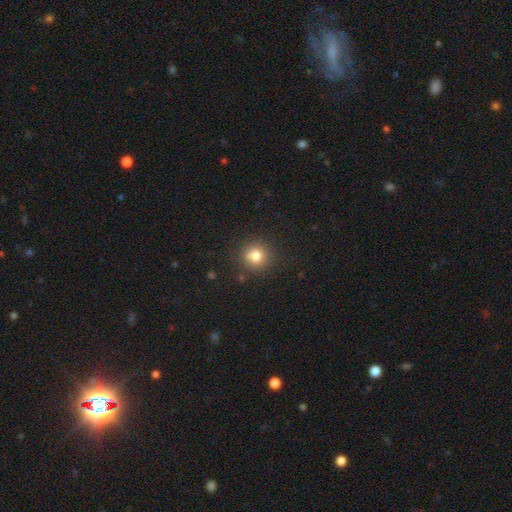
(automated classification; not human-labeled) This appears to be a smooth galaxy with no disk features (77%) that is round (90%). Merging: none (81%).